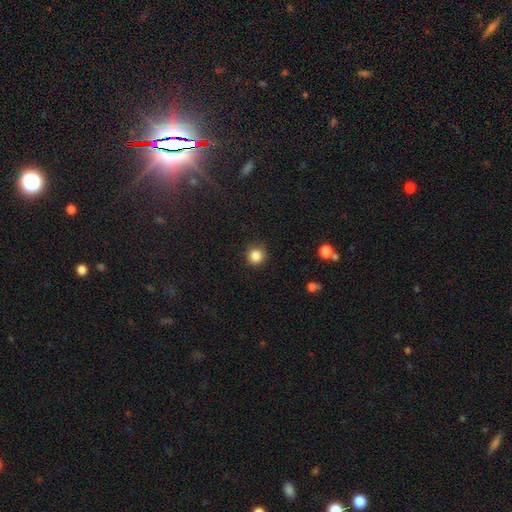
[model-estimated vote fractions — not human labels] A smooth galaxy with no disk features (85%) that is round (94%).

Vote fractions:
- Smooth or featured? smooth: 85% / star or artifact: 11% / featured or disk: 4%
- How rounded? round: 94% / in between: 5% / cigar-shaped: 1%
- Merging? none: 89% / minor disturbance: 7% / major disturbance: 2% / merger: 1%